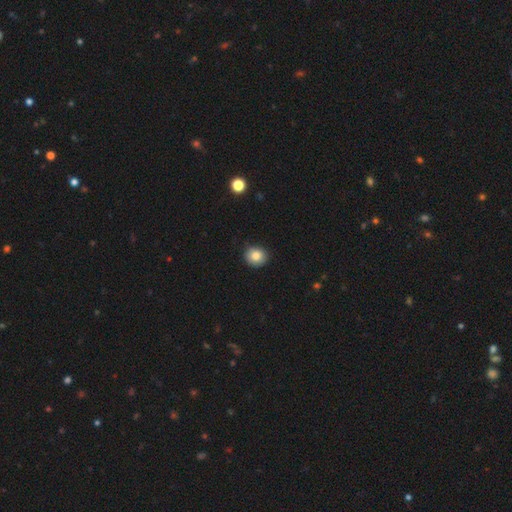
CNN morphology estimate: type=smooth (84%); roundness=round (81%); merging=none (85%).